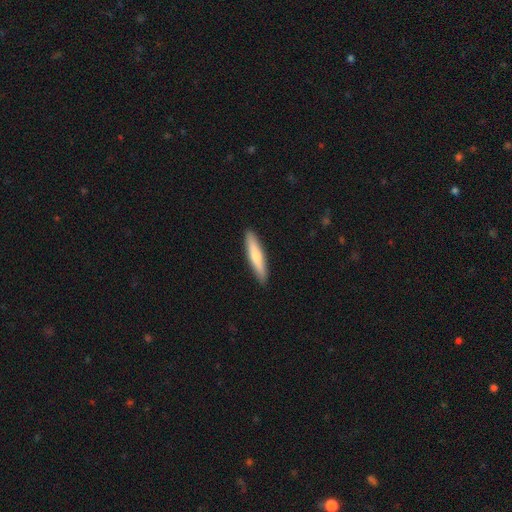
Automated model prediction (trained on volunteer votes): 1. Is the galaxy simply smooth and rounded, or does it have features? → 65% smooth, 30% featured or disk, 5% star or artifact.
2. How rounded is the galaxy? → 88% cigar-shaped, 11% in between, 1% round.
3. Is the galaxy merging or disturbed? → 91% none, 6% minor disturbance, 1% major disturbance, 1% merger.